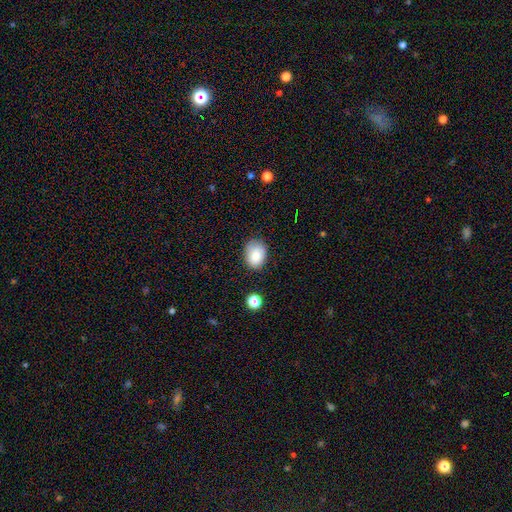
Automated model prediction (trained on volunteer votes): Q: Smooth or featured?
A: smooth (85%); runner-up: star or artifact (9%)
Q: How rounded?
A: in between (67%); runner-up: round (32%)
Q: Merging?
A: none (74%); runner-up: minor disturbance (19%)